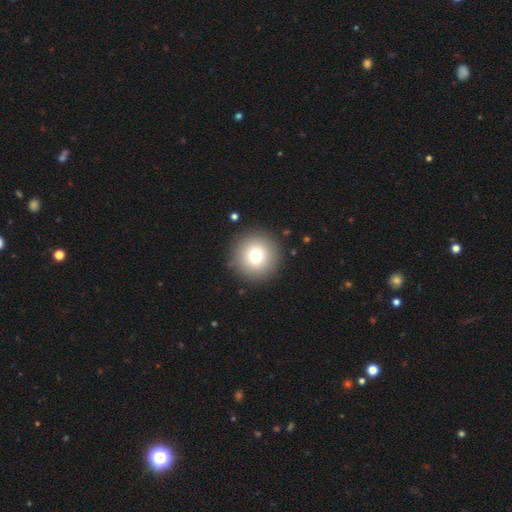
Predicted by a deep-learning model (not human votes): This appears to be a smooth galaxy with no disk features (76%) that is round (96%). Merging: none (91%).